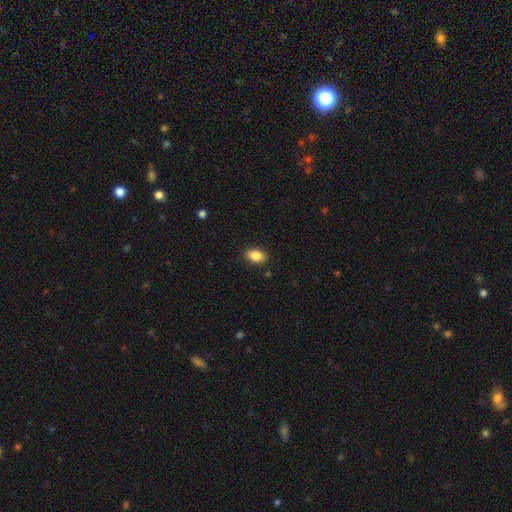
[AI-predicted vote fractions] This appears to be a smooth galaxy with no disk features (87%) that is in between round and cigar-shaped (84%). Merging: none (88%).